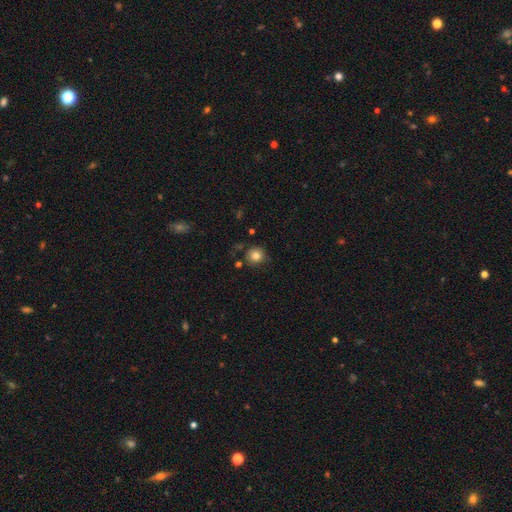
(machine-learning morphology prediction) smooth 81%, star or artifact 11%, featured or disk 8%. Down the decision tree: how rounded — round (92%); merging — none (83%).